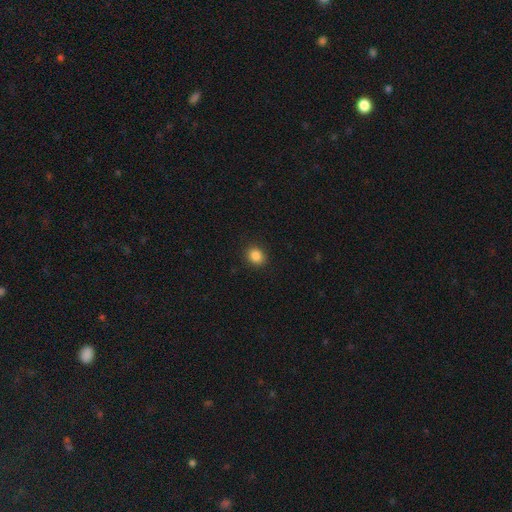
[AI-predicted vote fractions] Smooth or featured: smooth — 86% (star or artifact — 10%)
How rounded: round — 68% (in between — 31%)
Merging: none — 90% (minor disturbance — 7%)